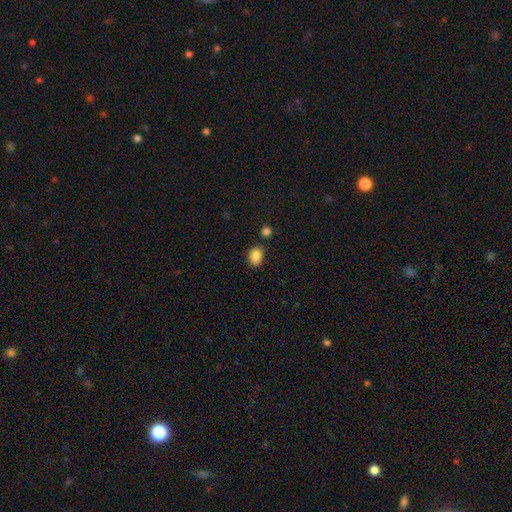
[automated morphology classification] smooth_or_featured: smooth (p=0.88) [alt: star or artifact p=0.09]
how_rounded: in between (p=0.73) [alt: round p=0.26]
merging: none (p=0.73) [alt: minor disturbance p=0.16]